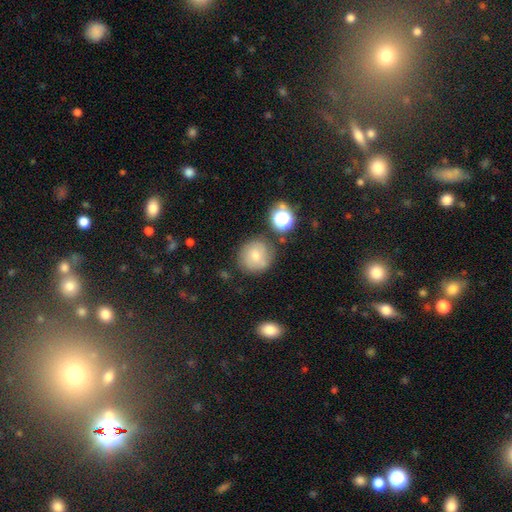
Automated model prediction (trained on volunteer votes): smooth_or_featured: smooth (p=0.64) [alt: featured or disk p=0.24]
how_rounded: round (p=0.90) [alt: in between p=0.09]
merging: none (p=0.72) [alt: minor disturbance p=0.16]